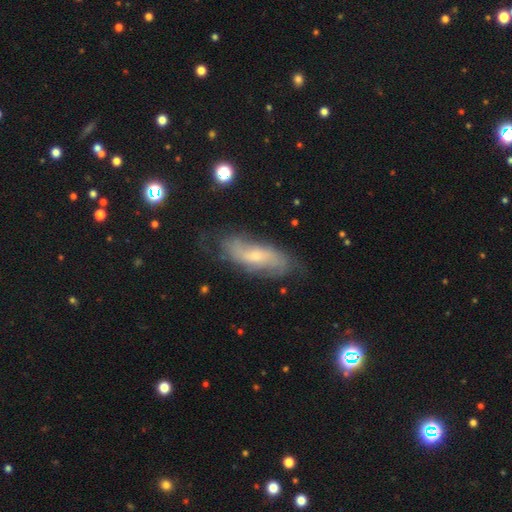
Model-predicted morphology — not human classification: The model was most divided on "bar": no: 56%, weak: 35%, strong: 8%. More confident: spiral arms — yes (84%); edge-on disk — no (82%); merging — none (65%); smooth or featured — featured or disk (62%); bulge size — small (59%).